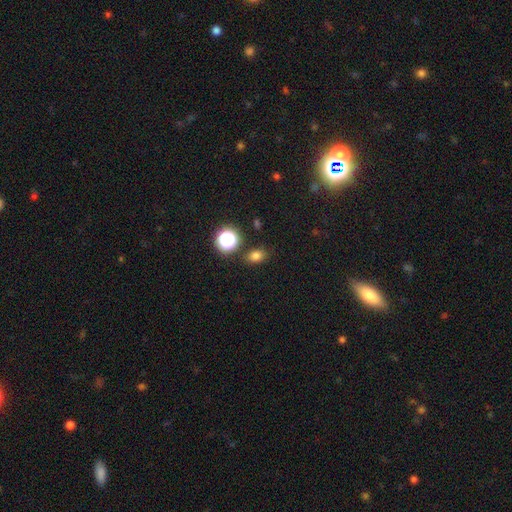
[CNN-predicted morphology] type=smooth (77%); roundness=in between (65%); merging=none (82%).